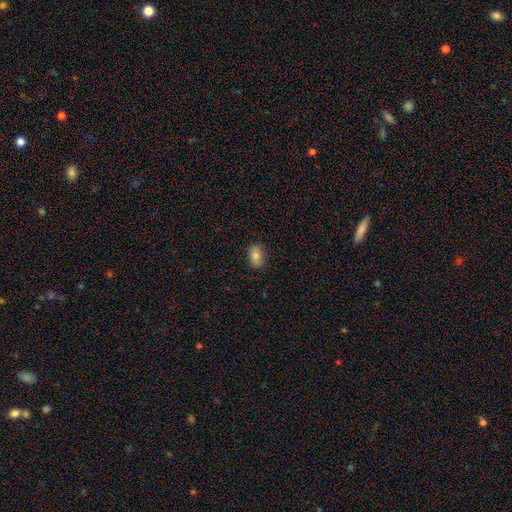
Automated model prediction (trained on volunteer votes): Smooth or featured?
  - smooth: 81% *
  - featured or disk: 11%
  - star or artifact: 8%
How rounded?
  - in between: 85% *
  - round: 13%
  - cigar-shaped: 2%
Merging?
  - none: 85% *
  - minor disturbance: 12%
  - major disturbance: 2%
  - merger: 1%